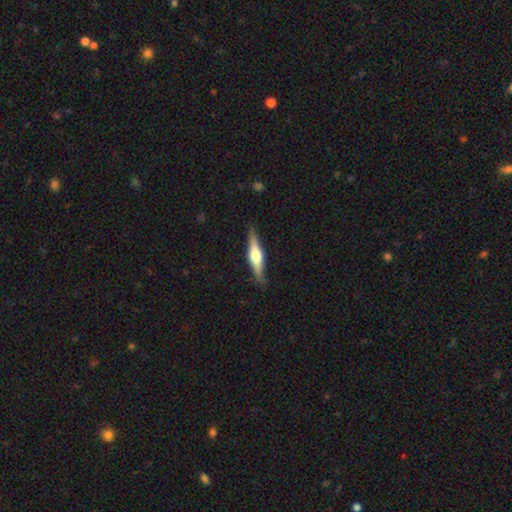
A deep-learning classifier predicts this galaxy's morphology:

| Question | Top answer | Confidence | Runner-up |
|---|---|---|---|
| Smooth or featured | featured or disk | 71% | smooth (24%) |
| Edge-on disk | yes | 97% | no (3%) |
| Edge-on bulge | rounded | 93% | boxy (5%) |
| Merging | none | 88% | minor disturbance (9%) |